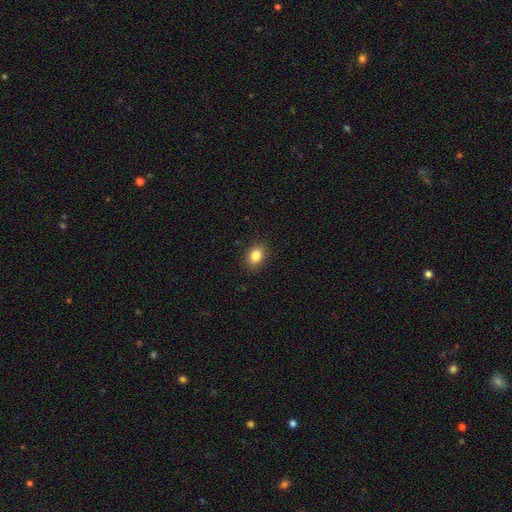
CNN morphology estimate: A smooth galaxy with no disk features (84%) that is in between round and cigar-shaped (68%).

Vote fractions:
- Smooth or featured? smooth: 84% / star or artifact: 10% / featured or disk: 6%
- How rounded? in between: 68% / round: 31% / cigar-shaped: 1%
- Merging? none: 89% / minor disturbance: 8% / major disturbance: 2% / merger: 1%